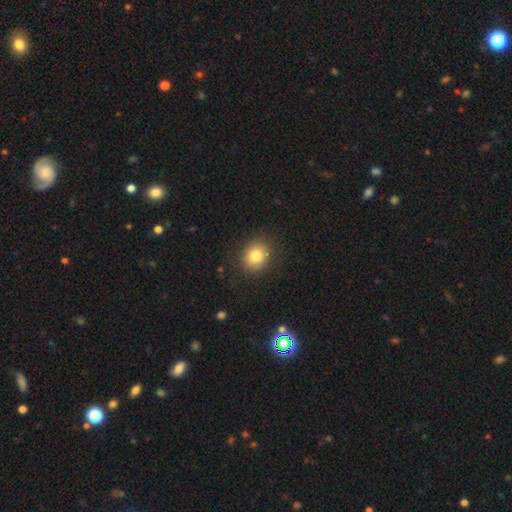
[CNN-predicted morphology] This appears to be a smooth galaxy with no disk features (82%) that is round (68%). Merging: none (86%).